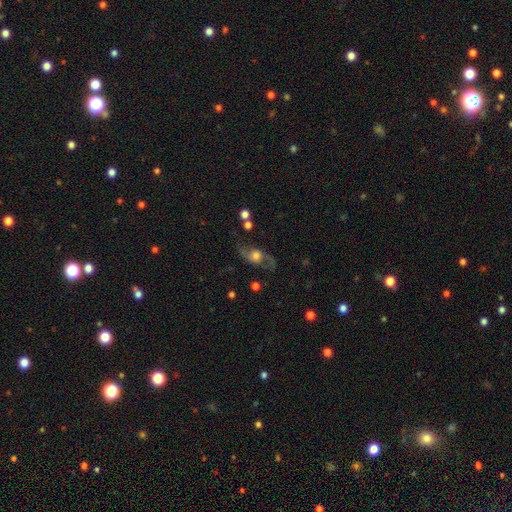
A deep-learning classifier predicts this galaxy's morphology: Overall: featured or disk (74%). Edge-on disk: no (89%). Bar: no (72%). Spiral arms: yes (89%). Spiral arm count: 2 (92%). Spiral winding: loose (74%). Bulge size: moderate (49%; large 31%). Merging: none (69%).